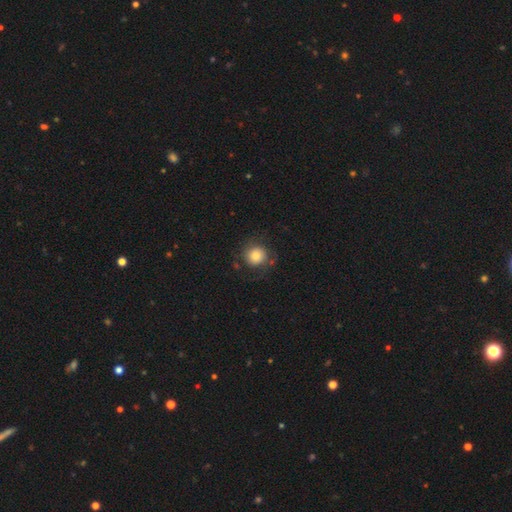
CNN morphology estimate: A smooth galaxy with no disk features (73%) that is round (90%).

Vote fractions:
- Smooth or featured? smooth: 73% / featured or disk: 18% / star or artifact: 9%
- How rounded? round: 90% / in between: 9% / cigar-shaped: 1%
- Merging? none: 71% / minor disturbance: 16% / major disturbance: 11% / merger: 2%